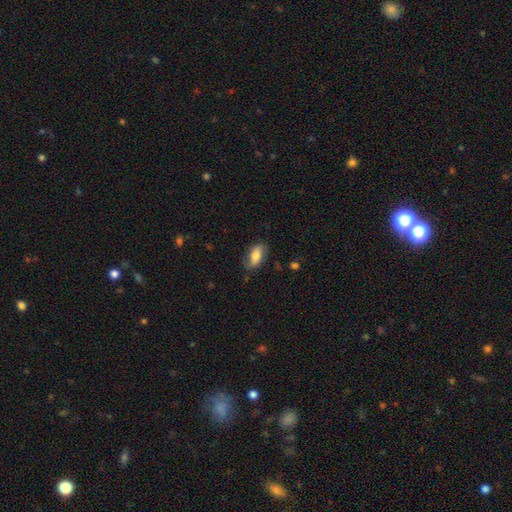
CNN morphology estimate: The model was most divided on "smooth or featured": smooth: 65%, featured or disk: 28%, star or artifact: 7%. More confident: how rounded — in between (88%); merging — none (74%).